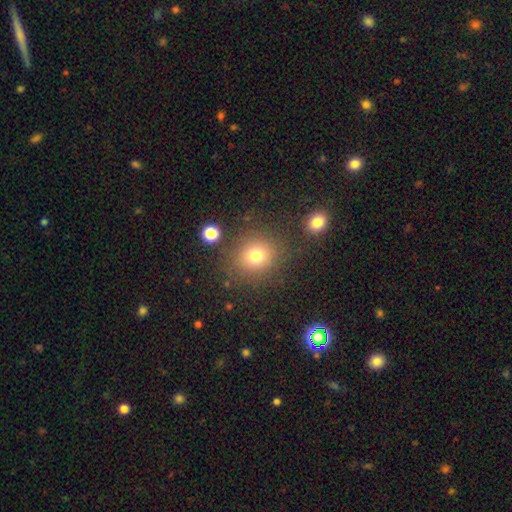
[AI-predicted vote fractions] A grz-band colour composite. It shows a smooth galaxy with no disk features (77%) that is round (83%). Merging: none (81%).